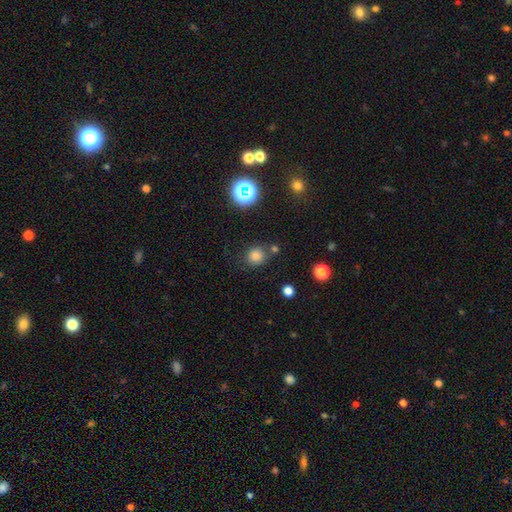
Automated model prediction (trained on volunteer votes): Smooth or featured?
  - smooth: 77% *
  - star or artifact: 18%
  - featured or disk: 6%
How rounded?
  - round: 86% *
  - in between: 13%
  - cigar-shaped: 1%
Merging?
  - none: 76% *
  - minor disturbance: 11%
  - merger: 9%
  - major disturbance: 4%